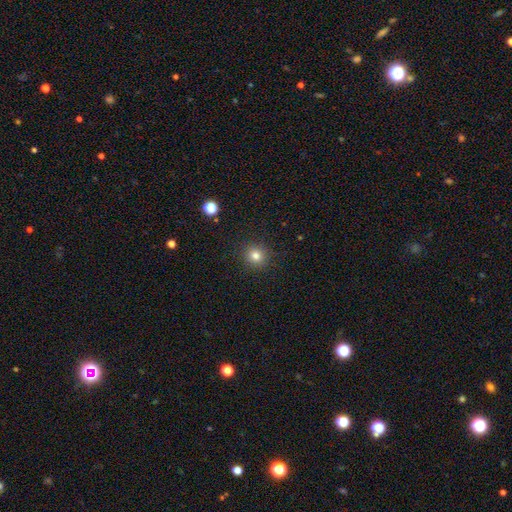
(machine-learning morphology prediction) This is clearly a smooth galaxy (81%). How rounded: clearly round (91%). Merging: clearly none (90%).